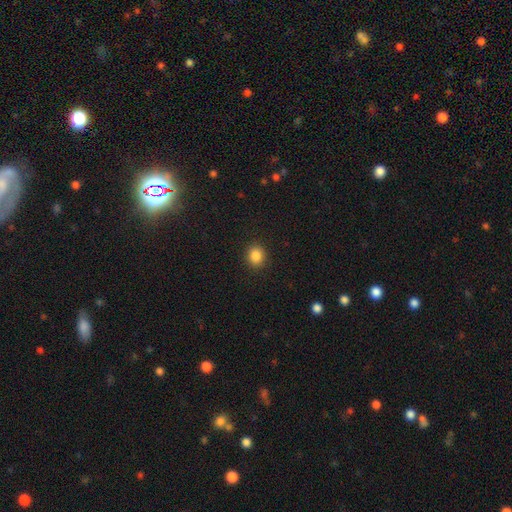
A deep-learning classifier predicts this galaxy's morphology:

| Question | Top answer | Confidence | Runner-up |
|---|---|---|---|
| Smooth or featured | smooth | 86% | star or artifact (10%) |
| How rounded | round | 73% | in between (26%) |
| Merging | none | 91% | minor disturbance (6%) |